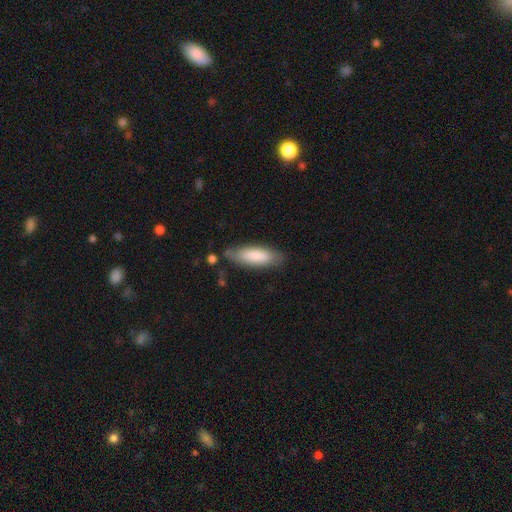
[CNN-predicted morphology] Smooth or featured? Predicted: smooth (p=0.82). How rounded? Predicted: in between (p=0.55). Merging? Predicted: none (p=0.74).